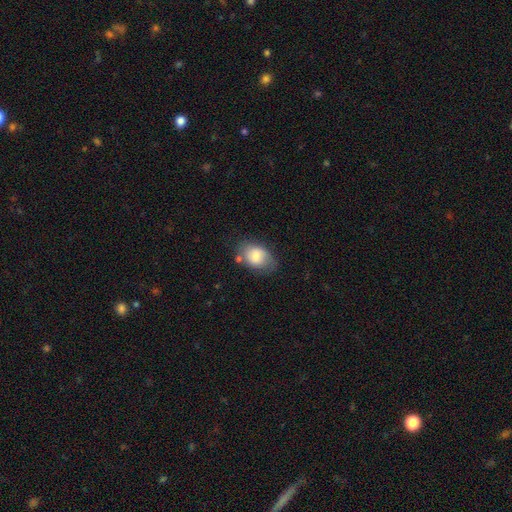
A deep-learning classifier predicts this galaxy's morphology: A smooth galaxy with no disk features (72%) that is in between round and cigar-shaped (77%).

Vote fractions:
- Smooth or featured? smooth: 72% / featured or disk: 20% / star or artifact: 8%
- How rounded? in between: 77% / round: 22% / cigar-shaped: 1%
- Merging? none: 63% / minor disturbance: 24% / major disturbance: 7% / merger: 6%